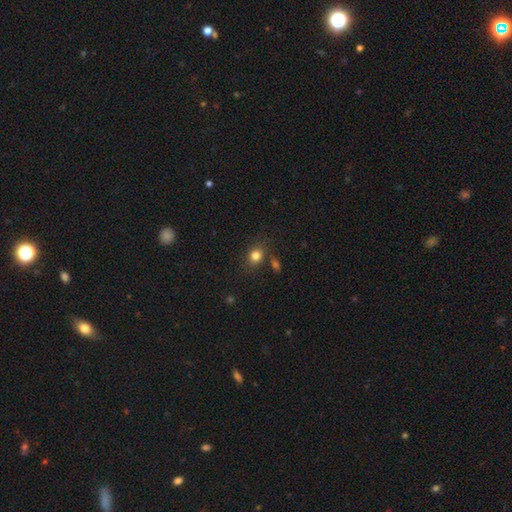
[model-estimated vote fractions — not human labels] smooth-or-featured: smooth: 81% | star or artifact: 12% | featured or disk: 7%
  how-rounded: round: 62% | in between: 37% | cigar-shaped: 1%
  merging: none: 75% | minor disturbance: 13% | merger: 8% | major disturbance: 4%